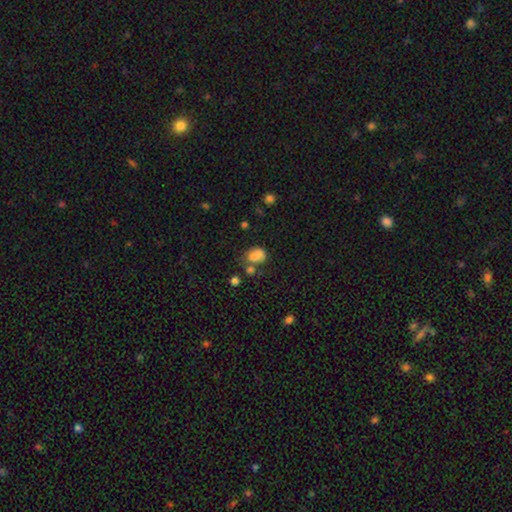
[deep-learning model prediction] smooth_or_featured: smooth (p=0.72) [alt: featured or disk p=0.15]
how_rounded: in between (p=0.61) [alt: round p=0.38]
merging: merger (p=0.36) [alt: none p=0.33]